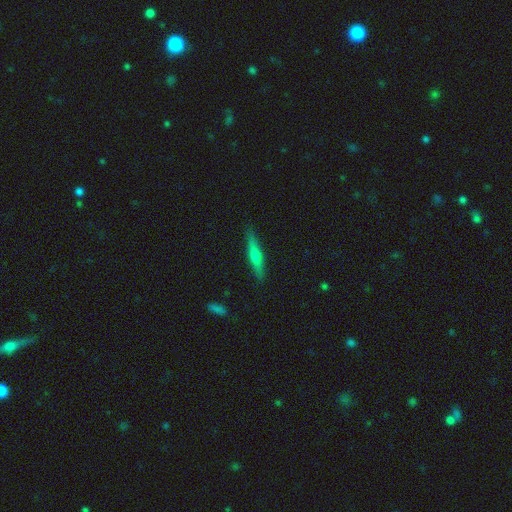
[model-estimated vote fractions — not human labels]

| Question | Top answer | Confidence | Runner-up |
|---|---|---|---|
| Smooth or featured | featured or disk | 52% | smooth (42%) |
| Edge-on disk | yes | 95% | no (5%) |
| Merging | none | 88% | minor disturbance (9%) |